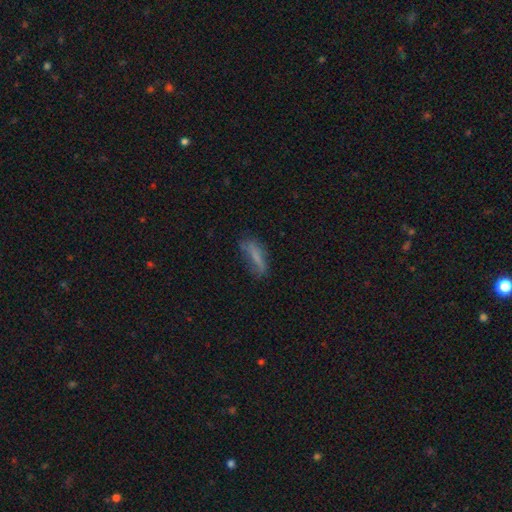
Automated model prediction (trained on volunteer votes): Q: Smooth or featured?
A: smooth (65%); runner-up: featured or disk (25%)
Q: How rounded?
A: cigar-shaped (60%); runner-up: in between (38%)
Q: Merging?
A: none (56%); runner-up: minor disturbance (27%)